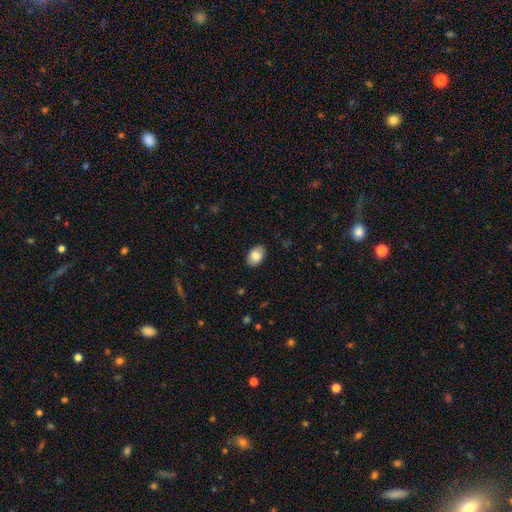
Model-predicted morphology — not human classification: type=smooth (85%); roundness=in between (81%); merging=none (87%).